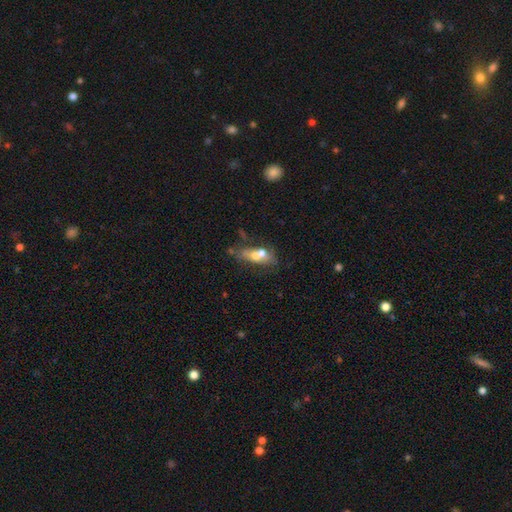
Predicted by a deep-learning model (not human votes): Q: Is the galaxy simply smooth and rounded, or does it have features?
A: smooth — 55%.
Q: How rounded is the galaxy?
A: in between — 67%.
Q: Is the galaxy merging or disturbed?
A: merger — 48%.